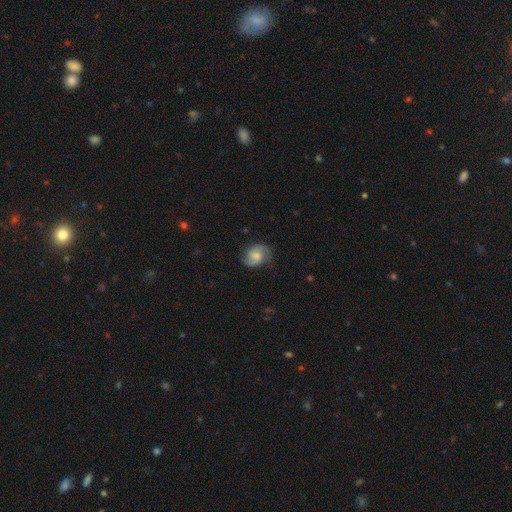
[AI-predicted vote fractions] Smooth or featured: featured or disk — 64% (smooth — 29%)
Edge-on disk: no — 98% (yes — 2%)
Bar: no — 54% (weak — 39%)
Spiral arms: yes — 94% (no — 6%)
Spiral winding: medium — 48% (loose — 27%)
Spiral arm count: 2 — 87% (can't tell — 6%)
Bulge size: moderate — 38% (small — 33%)
Merging: none — 74% (minor disturbance — 18%)